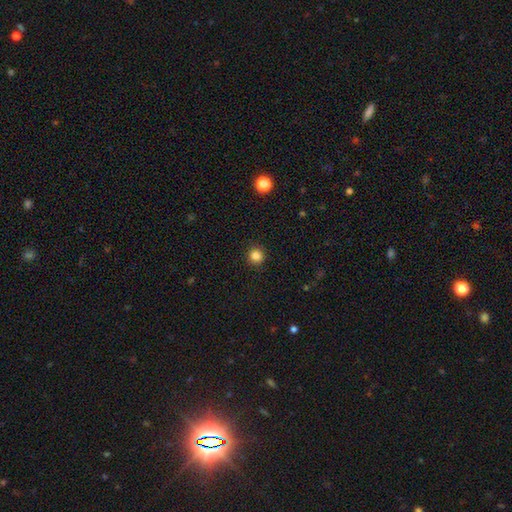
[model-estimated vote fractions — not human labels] A smooth galaxy with no disk features (85%) that is round (91%).

Vote fractions:
- Smooth or featured? smooth: 85% / star or artifact: 12% / featured or disk: 3%
- How rounded? round: 91% / in between: 8% / cigar-shaped: 1%
- Merging? none: 90% / minor disturbance: 7% / major disturbance: 2% / merger: 1%